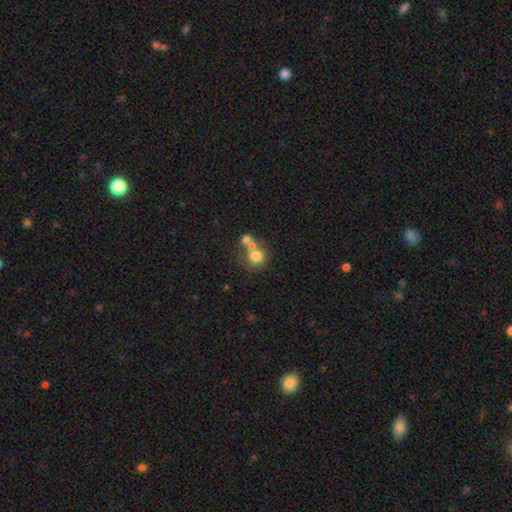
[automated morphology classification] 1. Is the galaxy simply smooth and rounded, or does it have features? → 71% smooth, 17% featured or disk, 12% star or artifact.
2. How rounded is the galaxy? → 83% round, 16% in between, 1% cigar-shaped.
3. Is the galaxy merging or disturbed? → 45% merger, 40% none, 9% minor disturbance, 6% major disturbance.